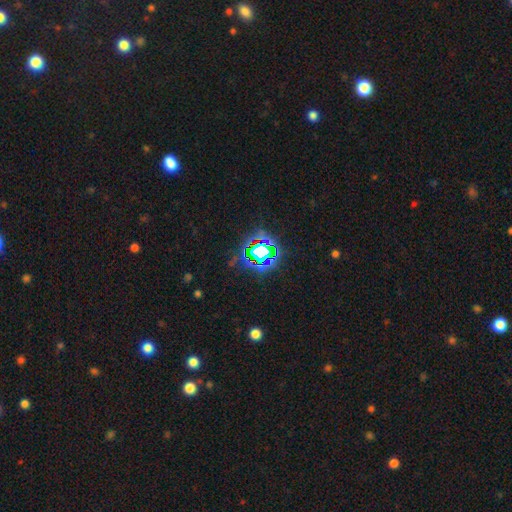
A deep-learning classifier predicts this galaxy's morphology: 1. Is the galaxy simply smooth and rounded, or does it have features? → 79% star or artifact, 13% smooth, 8% featured or disk.